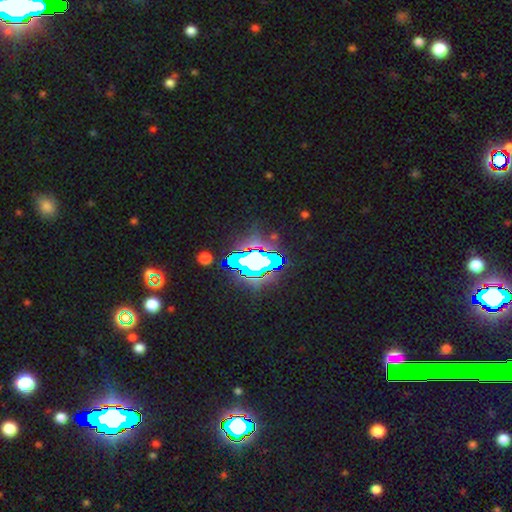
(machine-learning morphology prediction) A star or artifact, not a galaxy (81%).

Vote fractions:
- Smooth or featured? star or artifact: 81% / smooth: 10% / featured or disk: 9%